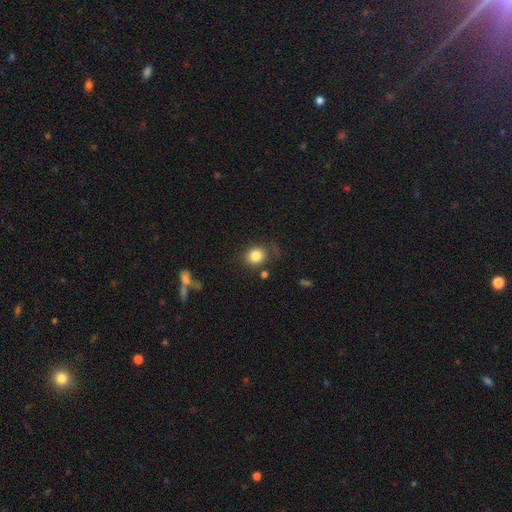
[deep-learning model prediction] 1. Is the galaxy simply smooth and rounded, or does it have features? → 83% smooth, 10% star or artifact, 6% featured or disk.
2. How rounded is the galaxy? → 77% round, 22% in between, 1% cigar-shaped.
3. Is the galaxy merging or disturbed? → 73% none, 16% minor disturbance, 7% major disturbance, 5% merger.